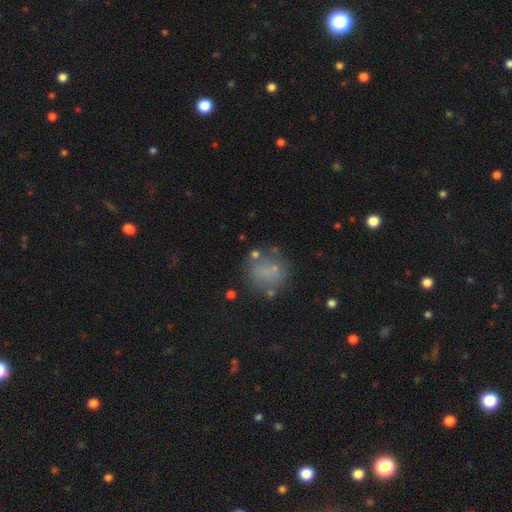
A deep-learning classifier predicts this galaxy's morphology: Overall: smooth (62%). How rounded: round (83%). Merging: none (66%).